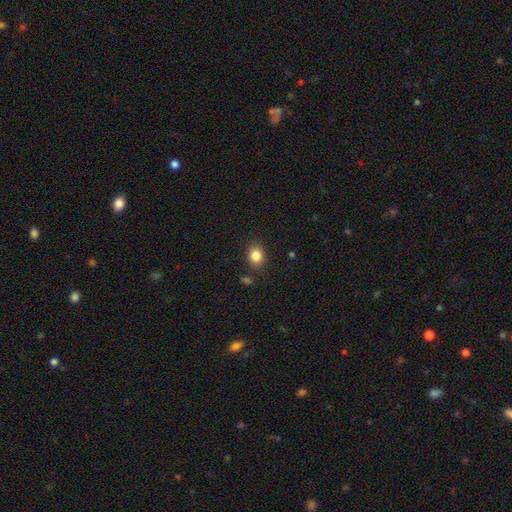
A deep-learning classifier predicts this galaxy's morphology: Q: Smooth or featured?
A: smooth (85%); runner-up: star or artifact (10%)
Q: How rounded?
A: round (52%); runner-up: in between (47%)
Q: Merging?
A: none (85%); runner-up: minor disturbance (10%)